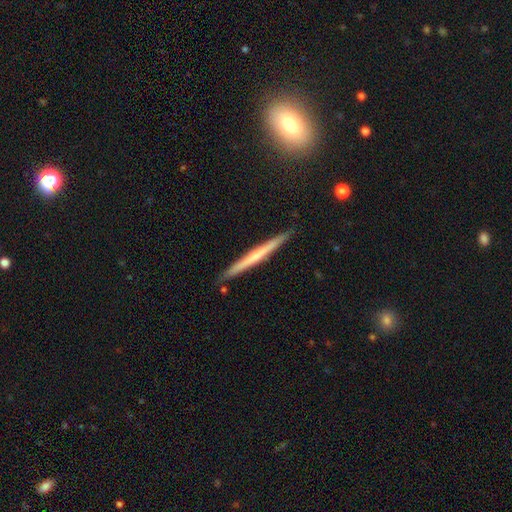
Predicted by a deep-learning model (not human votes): Smooth or featured? featured or disk (54%)
Edge-on disk? yes (97%)
Edge-on bulge? none (74%)
Merging? none (90%)